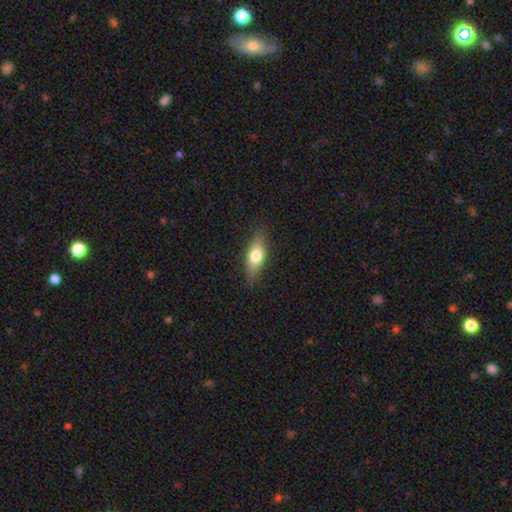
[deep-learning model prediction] Morphology: type=smooth (65%); roundness=in between (67%); merging=none (84%).